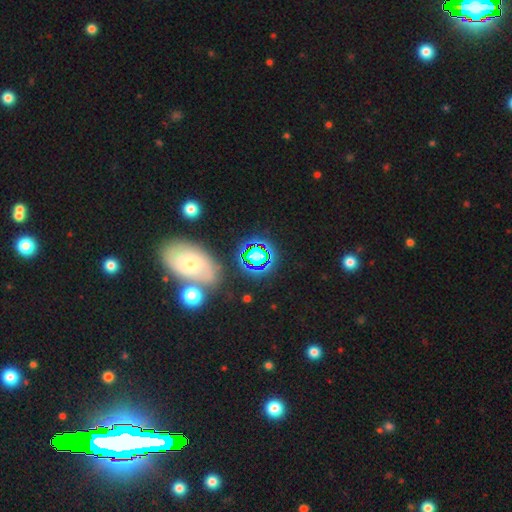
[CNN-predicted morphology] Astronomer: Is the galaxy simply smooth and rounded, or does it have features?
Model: star or artifact — 56%.